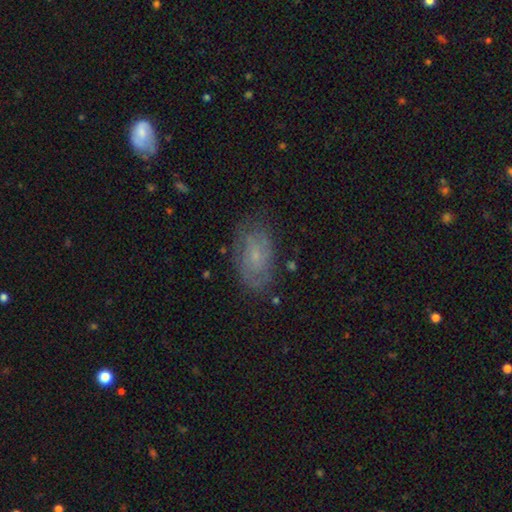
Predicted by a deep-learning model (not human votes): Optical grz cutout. It shows a featured or disk galaxy (53%). Merging: none (72%).